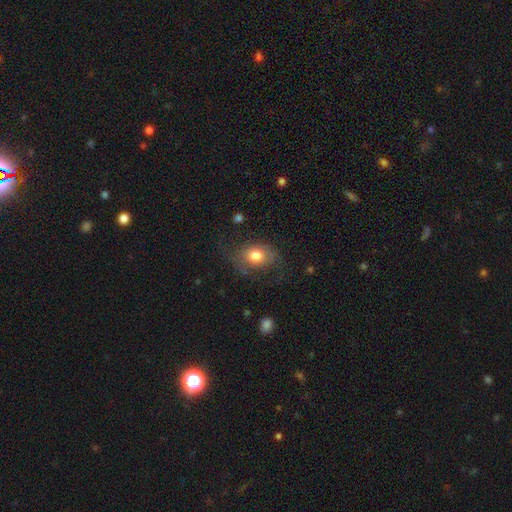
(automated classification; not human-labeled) Overall: smooth (64%; featured or disk 27%). How rounded: in between (62%; round 37%). Merging: none (51%; minor disturbance 24%).